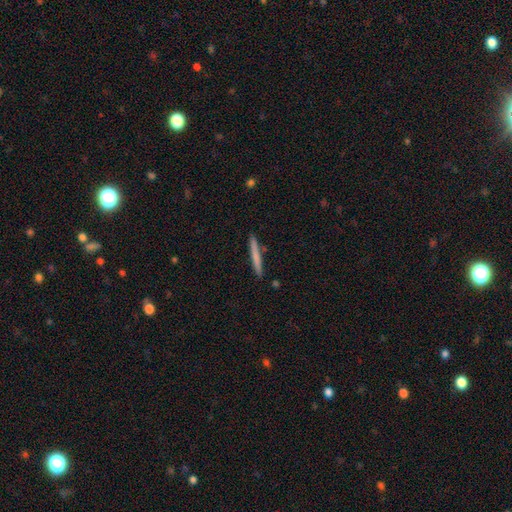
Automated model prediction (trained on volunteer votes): smooth_or_featured: smooth (p=0.68) [alt: featured or disk p=0.26]
how_rounded: cigar-shaped (p=0.97) [alt: in between p=0.02]
merging: none (p=0.90) [alt: minor disturbance p=0.07]